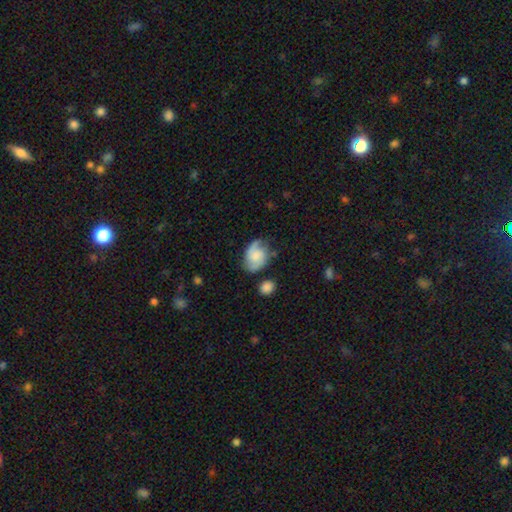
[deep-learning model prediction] Q: Smooth or featured?
A: featured or disk (54%); runner-up: smooth (38%)
Q: Edge-on disk?
A: no (97%); runner-up: yes (3%)
Q: Bar?
A: no (65%); runner-up: weak (30%)
Q: Spiral arms?
A: yes (89%); runner-up: no (11%)
Q: Bulge size?
A: small (30%); runner-up: moderate (29%)
Q: Merging?
A: none (58%); runner-up: minor disturbance (26%)